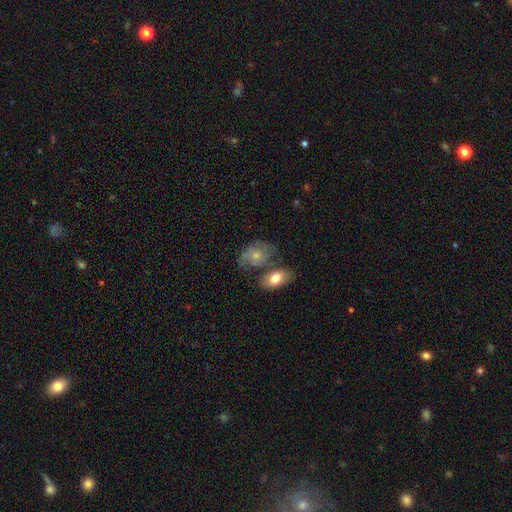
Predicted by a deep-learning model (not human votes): smooth_or_featured: smooth (p=0.55) [alt: featured or disk p=0.37]
how_rounded: in between (p=0.76) [alt: round p=0.23]
merging: none (p=0.39) [alt: merger p=0.27]